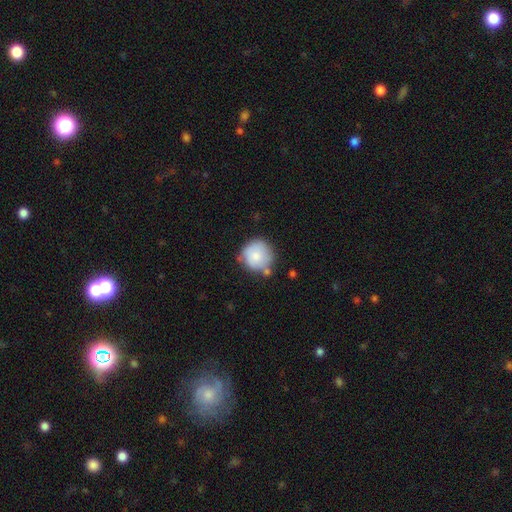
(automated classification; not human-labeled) Overall: smooth (78%). How rounded: round (92%). Merging: none (62%; minor disturbance 22%).